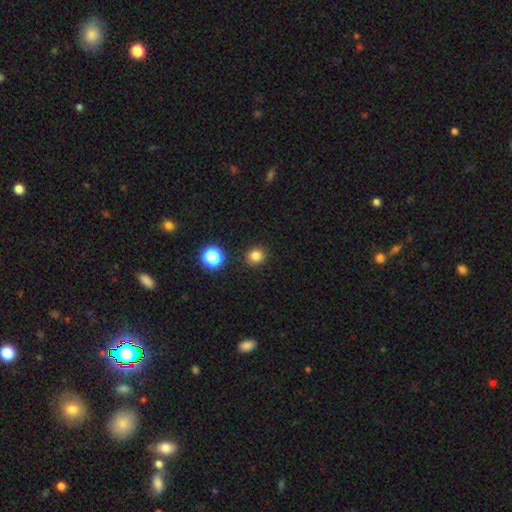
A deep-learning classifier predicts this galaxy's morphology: Smooth or featured? Predicted: smooth (p=0.81). How rounded? Predicted: round (p=0.89). Merging? Predicted: none (p=0.90).